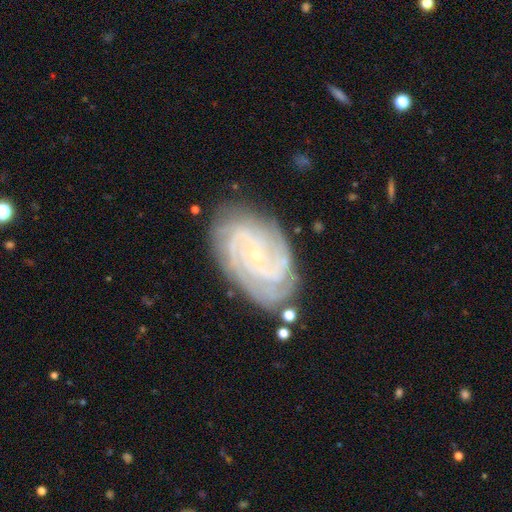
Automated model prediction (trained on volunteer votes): featured or disk 87%, smooth 7%, star or artifact 6%. Down the decision tree: edge-on disk — no (97%); bar — no (72%); spiral arms — yes (97%); spiral arm count — 4 (23%, tied with can't tell); spiral winding — tight (73%); bulge size — small (87%); merging — none (75%).